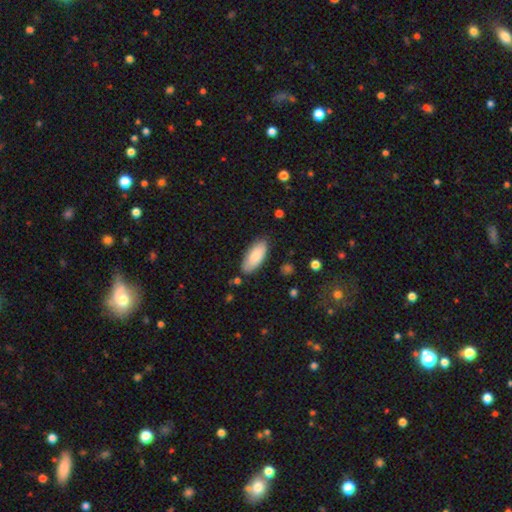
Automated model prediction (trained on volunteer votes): A smooth galaxy with no disk features (84%) that is in between round and cigar-shaped (85%). Merging: none (82%).